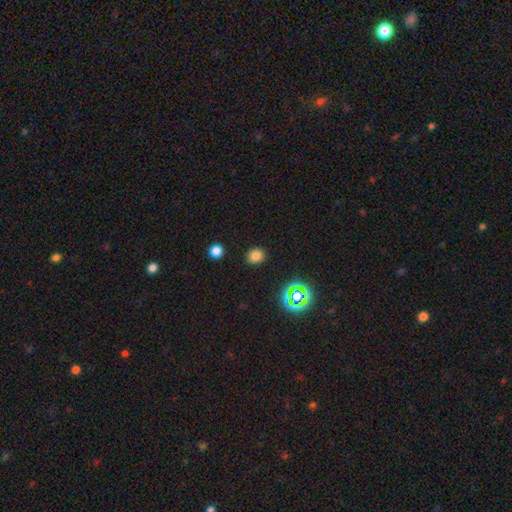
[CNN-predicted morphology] This is likely a smooth galaxy (77%). How rounded: likely round (66%). Merging: clearly none (88%).